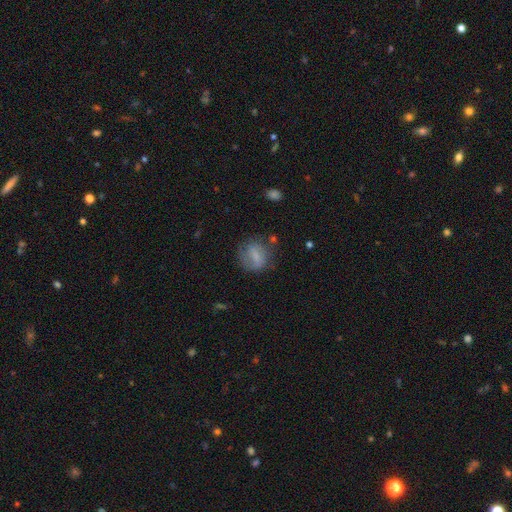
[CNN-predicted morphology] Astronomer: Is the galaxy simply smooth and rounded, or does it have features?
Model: smooth — 57% (runner-up: featured or disk, 35%).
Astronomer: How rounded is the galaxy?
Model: round — 61%.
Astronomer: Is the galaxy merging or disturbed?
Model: none — 59%.